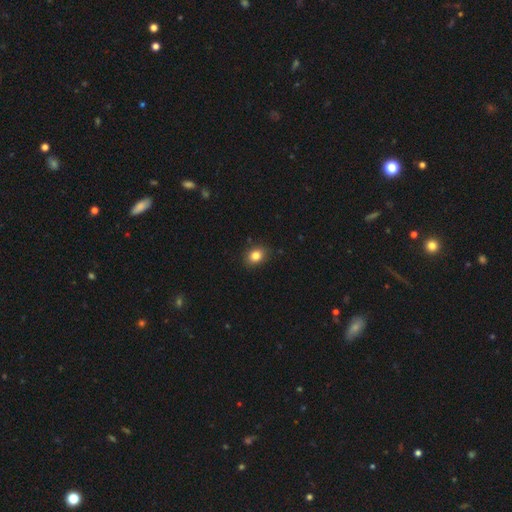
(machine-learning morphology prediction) Smooth or featured? smooth (84%)
How rounded? in between (52%)
Merging? none (87%)